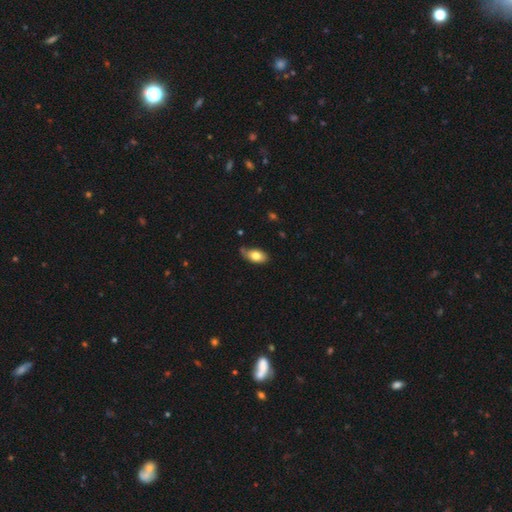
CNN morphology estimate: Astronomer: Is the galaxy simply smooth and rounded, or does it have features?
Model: smooth — 77%.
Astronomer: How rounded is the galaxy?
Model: in between — 91%.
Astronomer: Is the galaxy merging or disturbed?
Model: none — 62%.